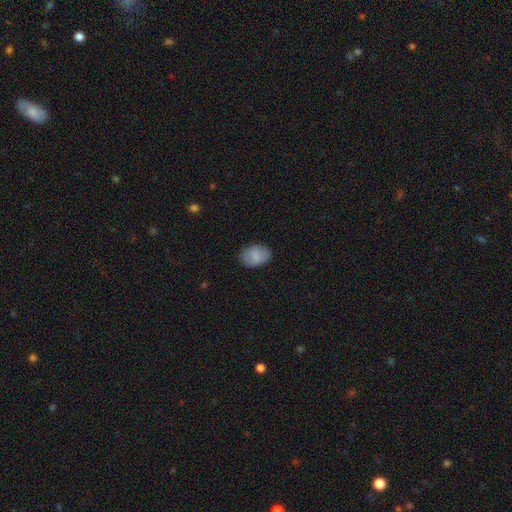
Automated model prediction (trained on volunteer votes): Smooth or featured: smooth — 81% (featured or disk — 11%)
How rounded: in between — 79% (round — 20%)
Merging: none — 81% (minor disturbance — 15%)